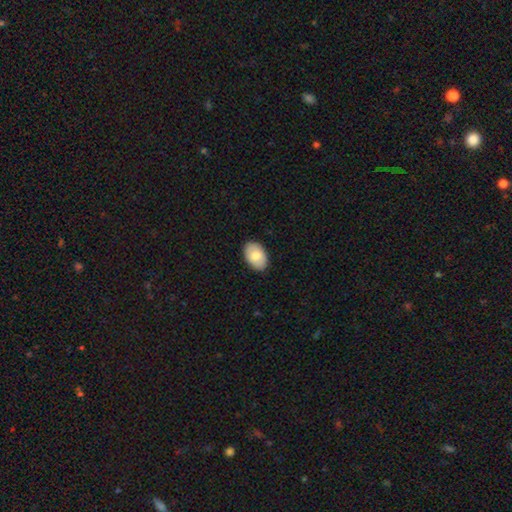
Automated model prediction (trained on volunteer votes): Smooth or featured: smooth — 79% (featured or disk — 15%)
How rounded: in between — 91% (round — 8%)
Merging: none — 88% (minor disturbance — 9%)